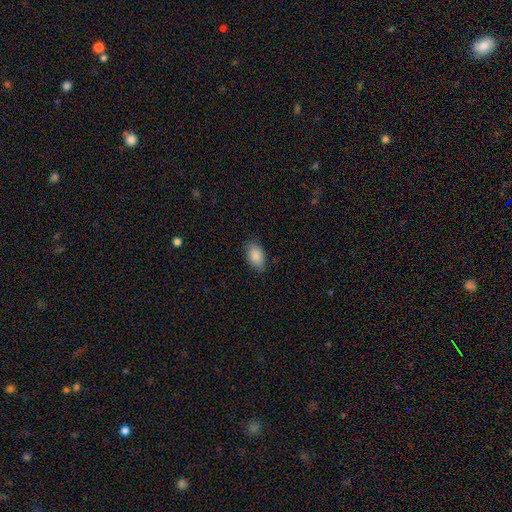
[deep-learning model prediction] The model was most divided on "merging": none: 83%, minor disturbance: 14%, major disturbance: 3%, merger: 1%. More confident: how rounded — in between (92%); smooth or featured — smooth (88%).